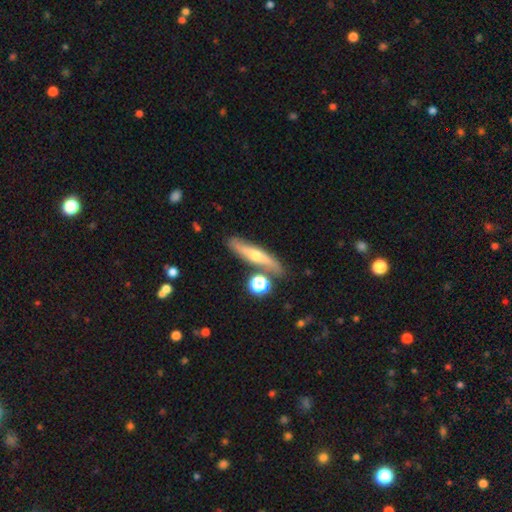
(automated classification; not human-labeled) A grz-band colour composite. It shows a featured or disk galaxy (55%) viewed edge-on (76%). Merging: none (76%).